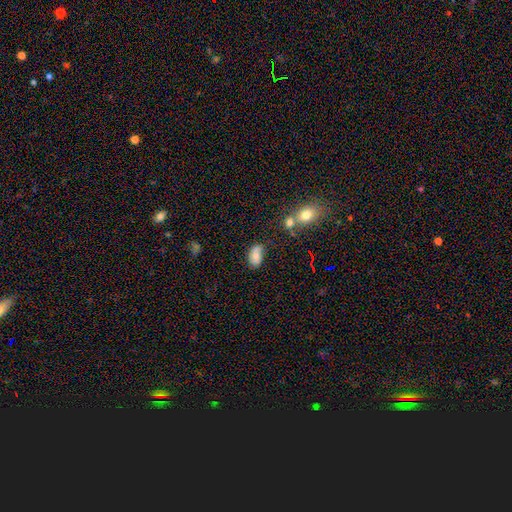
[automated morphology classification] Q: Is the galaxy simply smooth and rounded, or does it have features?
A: smooth — 67%.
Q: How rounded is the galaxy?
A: in between — 89%.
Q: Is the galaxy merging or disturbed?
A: none — 57%.